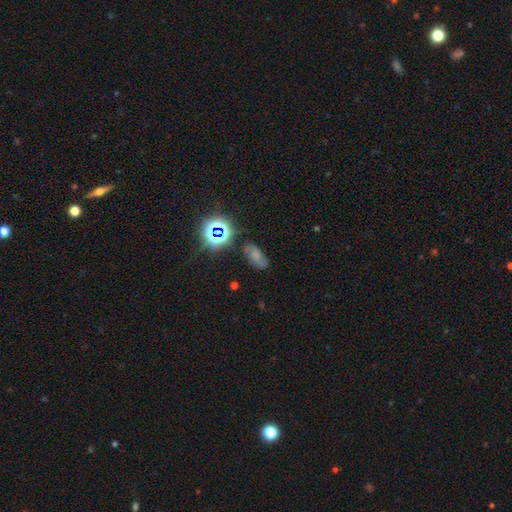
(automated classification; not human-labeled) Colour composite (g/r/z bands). It shows a smooth galaxy with no disk features (39%). Merging: none (69%).